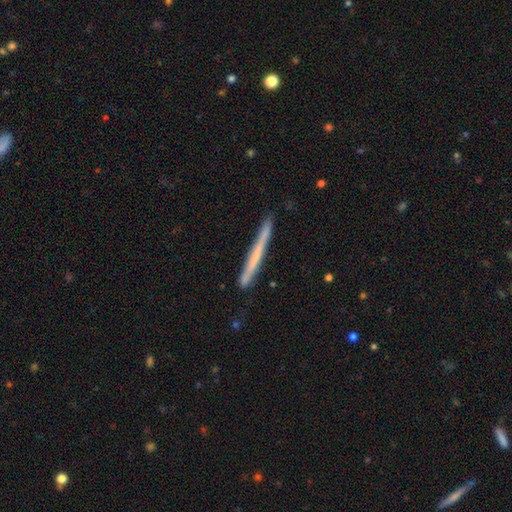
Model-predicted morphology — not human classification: Smooth or featured: smooth — 51% (featured or disk — 43%)
How rounded: cigar-shaped — 97% (in between — 1%)
Merging: none — 88% (minor disturbance — 9%)